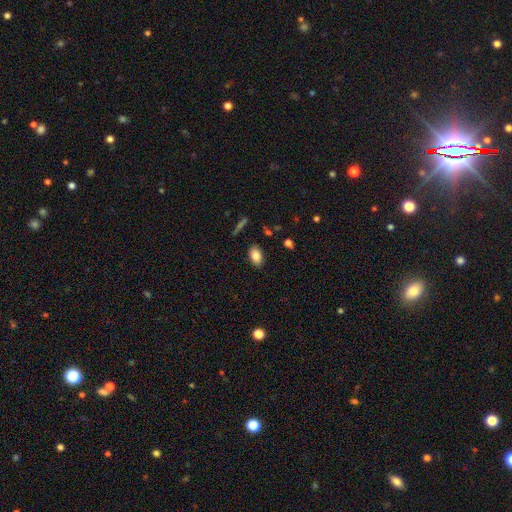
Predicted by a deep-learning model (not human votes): Overall: smooth (83%). How rounded: in between (90%). Merging: none (86%).